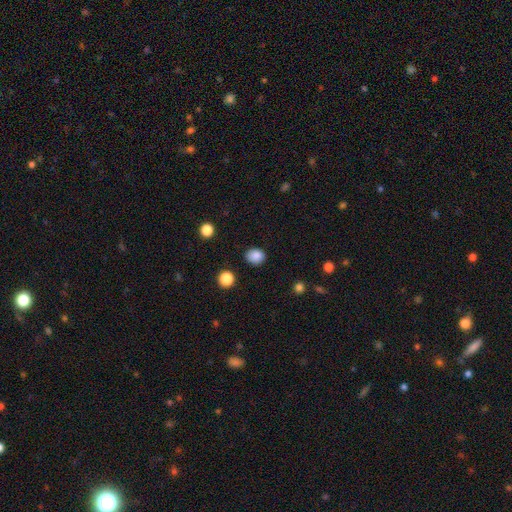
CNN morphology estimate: Q: Smooth or featured?
A: smooth (86%); runner-up: star or artifact (10%)
Q: How rounded?
A: round (62%); runner-up: in between (37%)
Q: Merging?
A: none (85%); runner-up: minor disturbance (11%)